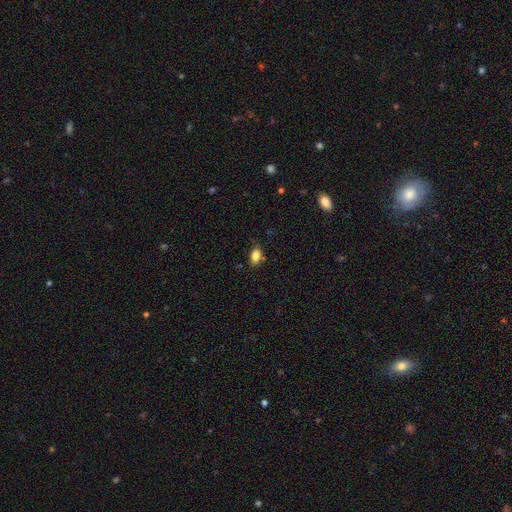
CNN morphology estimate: type=smooth (83%); roundness=in between (87%); merging=none (78%).